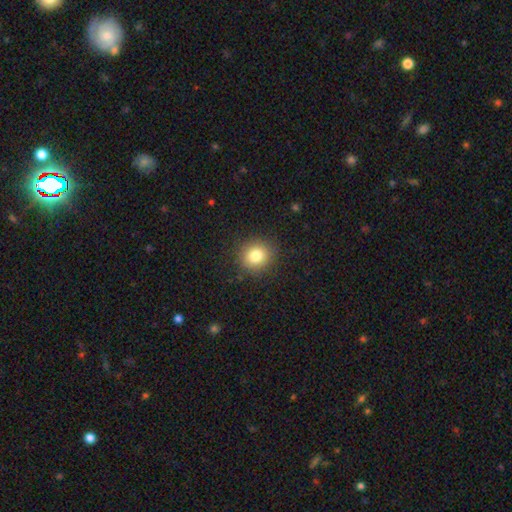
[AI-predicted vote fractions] Q: Smooth or featured?
A: smooth (81%); runner-up: star or artifact (11%)
Q: How rounded?
A: round (83%); runner-up: in between (16%)
Q: Merging?
A: none (88%); runner-up: minor disturbance (8%)